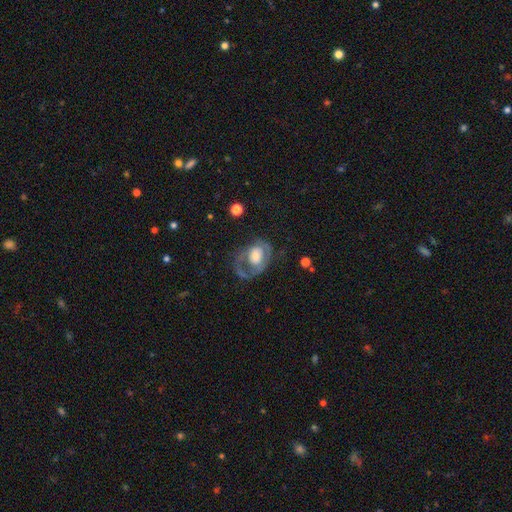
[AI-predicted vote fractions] featured or disk 65%, smooth 28%, star or artifact 7%. Down the decision tree: edge-on disk — no (96%); bar — no (73%); spiral arms — yes (58%); bulge size — moderate (40%); merging — none (40%).